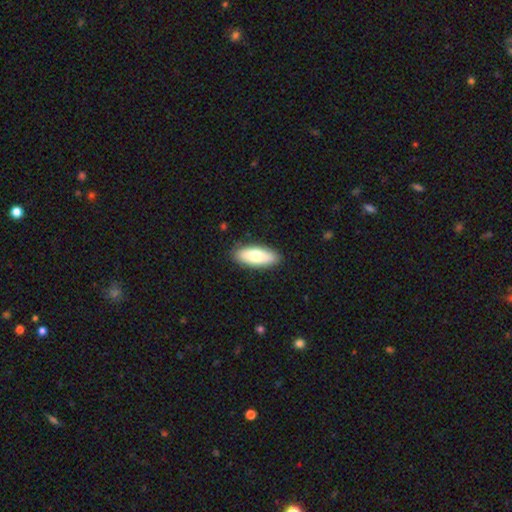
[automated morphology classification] Smooth or featured? Predicted: smooth (p=0.71). How rounded? Predicted: in between (p=0.81). Merging? Predicted: none (p=0.88).